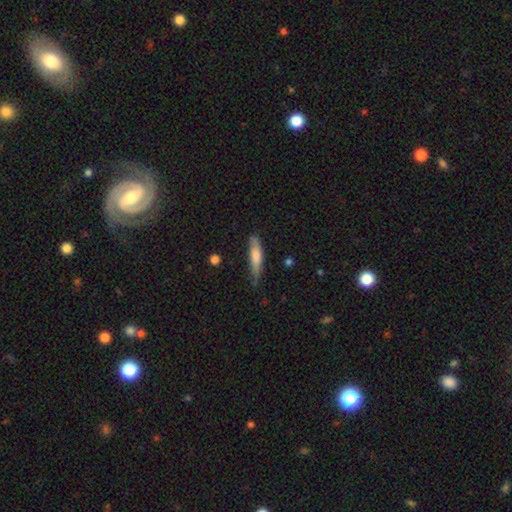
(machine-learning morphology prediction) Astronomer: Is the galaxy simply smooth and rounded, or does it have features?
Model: smooth — 69%.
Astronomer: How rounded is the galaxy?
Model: cigar-shaped — 82%.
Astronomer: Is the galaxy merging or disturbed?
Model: none — 67%.